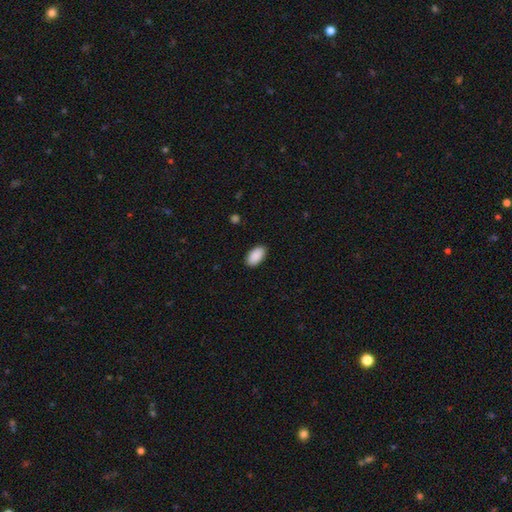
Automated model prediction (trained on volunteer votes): Smooth or featured? Predicted: smooth (p=0.91). How rounded? Predicted: in between (p=0.95). Merging? Predicted: none (p=0.89).